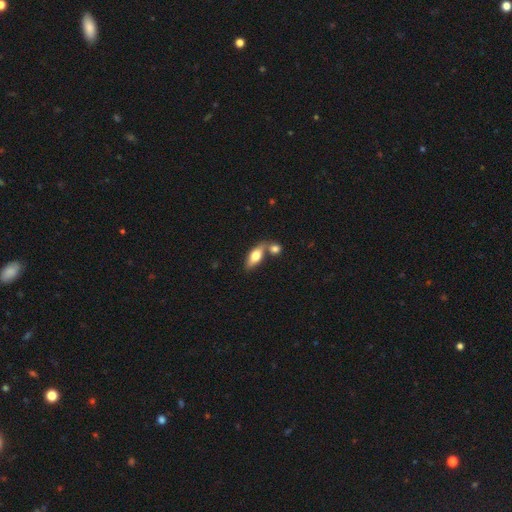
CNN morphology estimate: A smooth galaxy with no disk features (68%) that is in between round and cigar-shaped (78%).

Vote fractions:
- Smooth or featured? smooth: 68% / featured or disk: 25% / star or artifact: 7%
- How rounded? in between: 78% / cigar-shaped: 18% / round: 4%
- Merging? none: 48% / merger: 37% / minor disturbance: 11% / major disturbance: 4%